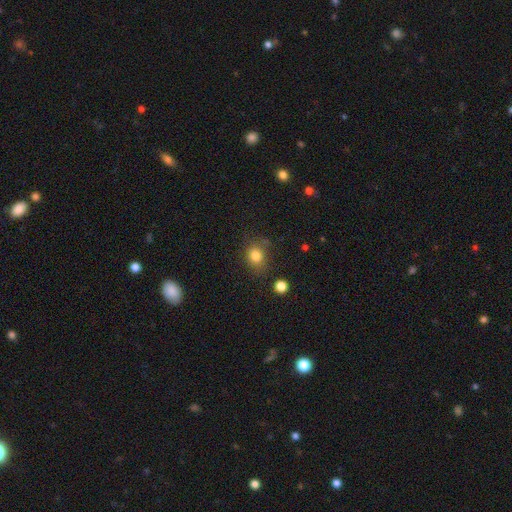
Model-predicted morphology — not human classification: This appears to be a smooth galaxy with no disk features (81%) that is round (62%). Merging: none (76%).